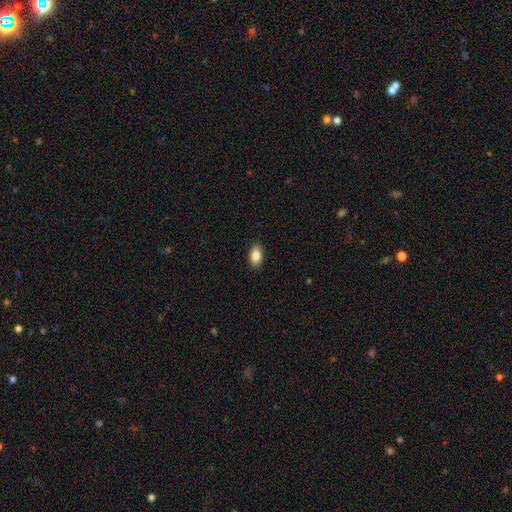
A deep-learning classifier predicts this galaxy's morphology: Smooth or featured? smooth (85%)
How rounded? in between (90%)
Merging? none (90%)